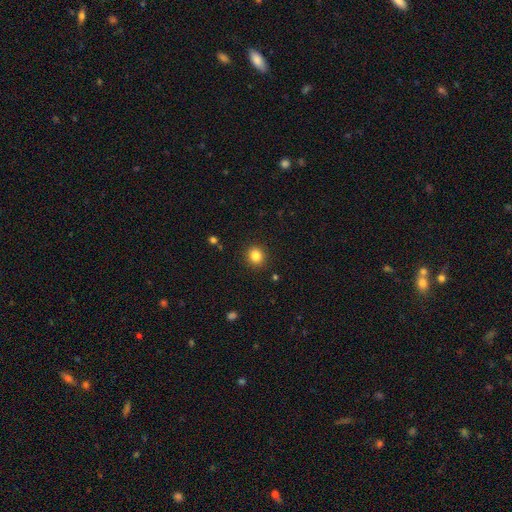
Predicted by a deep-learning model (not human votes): Overall: smooth (84%). How rounded: round (84%). Merging: none (90%).